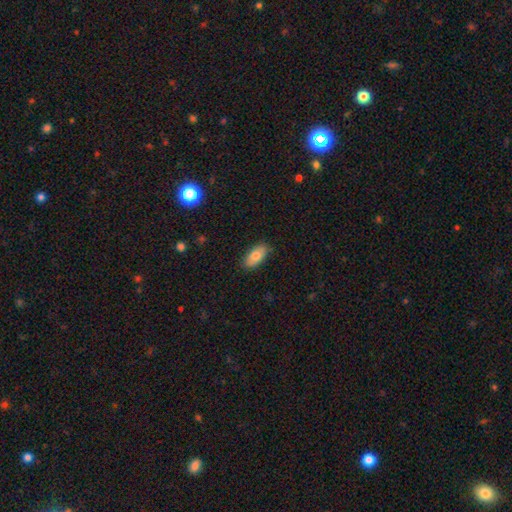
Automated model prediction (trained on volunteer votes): Morphology: type=smooth (76%); roundness=in between (91%); merging=none (86%).